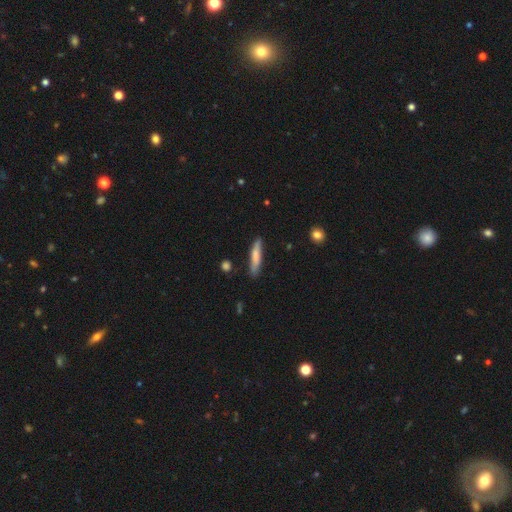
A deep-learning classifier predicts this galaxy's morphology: This appears to be a smooth galaxy with no disk features (70%) that is cigar-shaped (89%). Merging: none (80%).